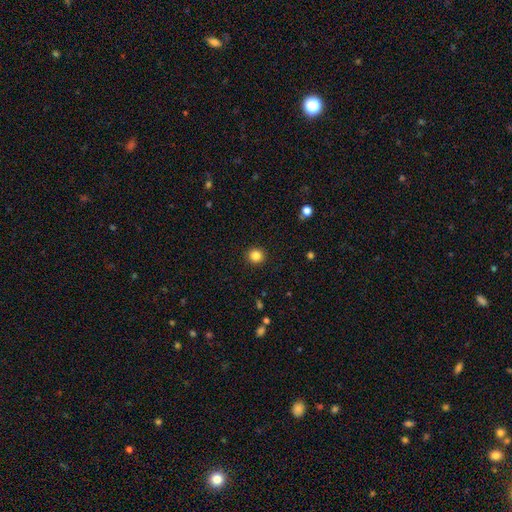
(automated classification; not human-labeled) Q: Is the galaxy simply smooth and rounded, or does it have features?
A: smooth — 84%.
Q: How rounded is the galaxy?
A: round — 92%.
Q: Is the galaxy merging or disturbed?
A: none — 92%.